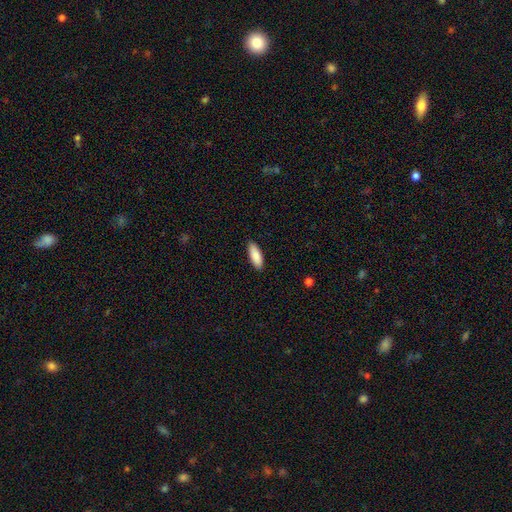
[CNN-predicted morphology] This appears to be a smooth galaxy with no disk features (88%) that is in between round and cigar-shaped (70%). Merging: none (89%).